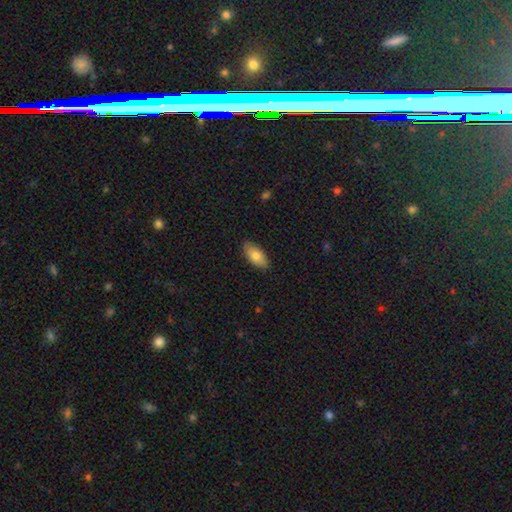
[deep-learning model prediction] This appears to be a smooth galaxy with no disk features (81%) that is in between round and cigar-shaped (91%). Merging: none (87%).